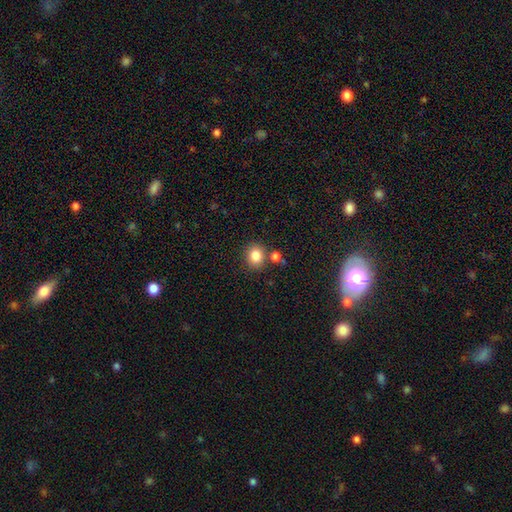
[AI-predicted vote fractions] smooth_or_featured: smooth (p=0.84) [alt: star or artifact p=0.11]
how_rounded: round (p=0.76) [alt: in between p=0.23]
merging: none (p=0.76) [alt: merger p=0.12]